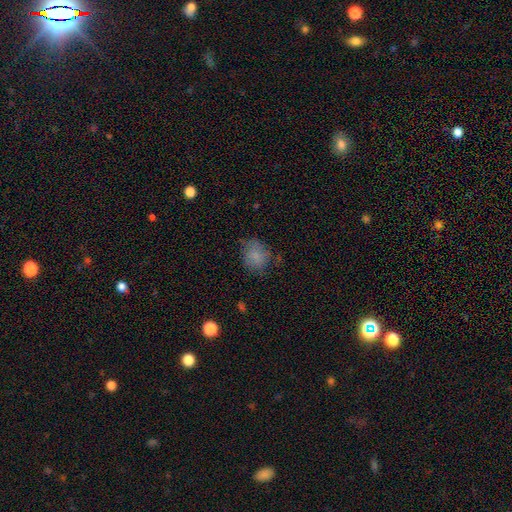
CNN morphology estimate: Smooth or featured: smooth — 78% (featured or disk — 12%)
How rounded: round — 72% (in between — 27%)
Merging: none — 66% (minor disturbance — 24%)